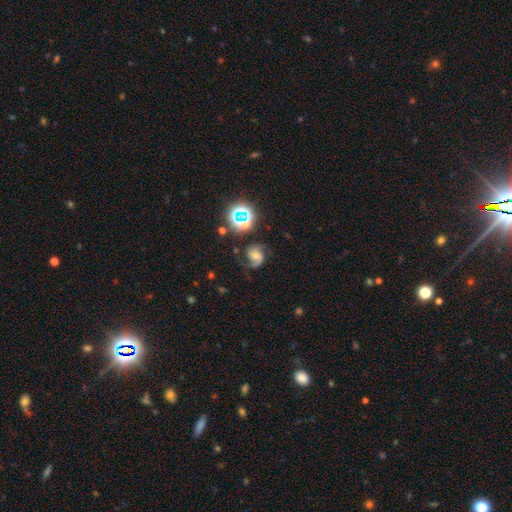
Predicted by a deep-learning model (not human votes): Morphology: type=featured or disk (77%); edge-on=no (98%); bar=no (53%); spiral arms=yes (97%); winding=medium (53%); arm count=2 (81%); bulge=moderate (45%); merging=none (64%).